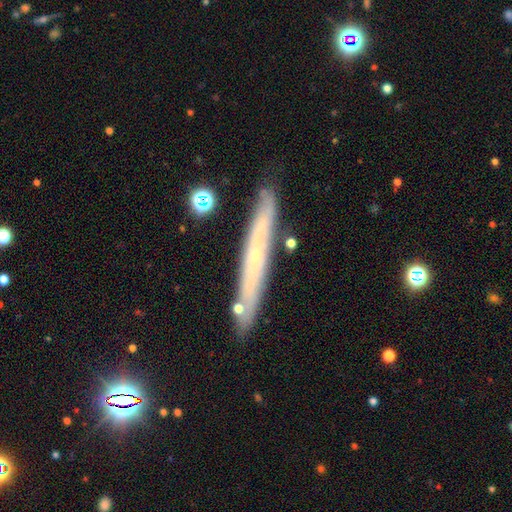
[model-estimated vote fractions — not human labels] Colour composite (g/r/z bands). It shows a featured or disk galaxy (63%) viewed edge-on (80%) with no central bulge (54%). Merging: none (84%).